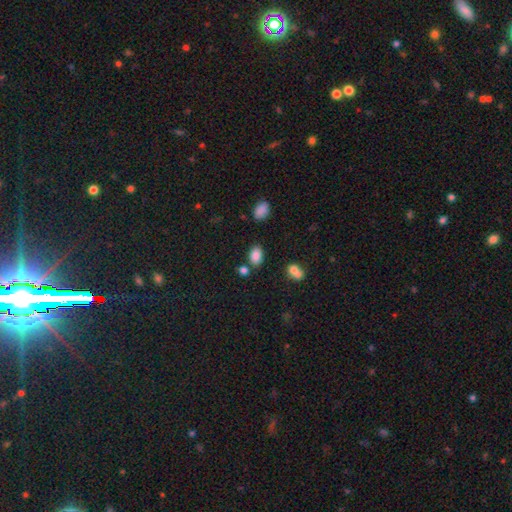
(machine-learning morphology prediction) A smooth galaxy with no disk features (84%) that is in between round and cigar-shaped (86%).

Vote fractions:
- Smooth or featured? smooth: 84% / star or artifact: 10% / featured or disk: 5%
- How rounded? in between: 86% / round: 13% / cigar-shaped: 1%
- Merging? none: 75% / minor disturbance: 12% / merger: 10% / major disturbance: 3%